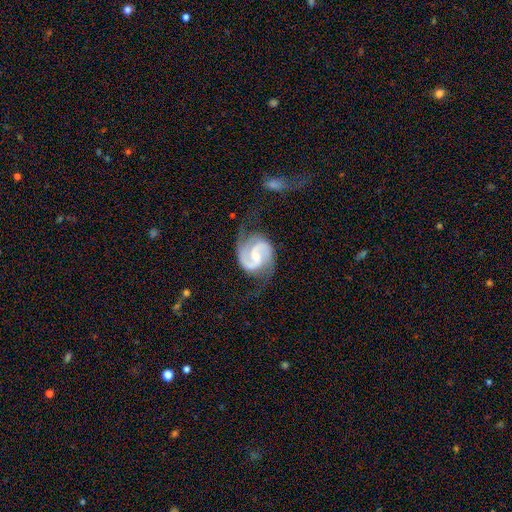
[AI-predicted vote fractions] A featured or disk galaxy (91%) with a weak bar (53%), 2 (94%) medium (58%) spiral arms (98%) and a small central bulge (44%).

Vote fractions:
- Smooth or featured? featured or disk: 91% / smooth: 5% / star or artifact: 4%
- Edge-on disk? no: 98% / yes: 2%
- Bar? weak: 53% / no: 29% / strong: 18%
- Spiral arms? yes: 98% / no: 2%
- Spiral winding? medium: 58% / loose: 21% / tight: 21%
- Spiral arm count? 2: 94% / can't tell: 2% / 1: 1% / 3: 1% / 4: 1% / more than 4: 1%
- Bulge size? small: 44% / moderate: 39% / none: 12% / large: 3% / dominant: 1%
- Merging? none: 66% / minor disturbance: 21% / major disturbance: 10% / merger: 2%